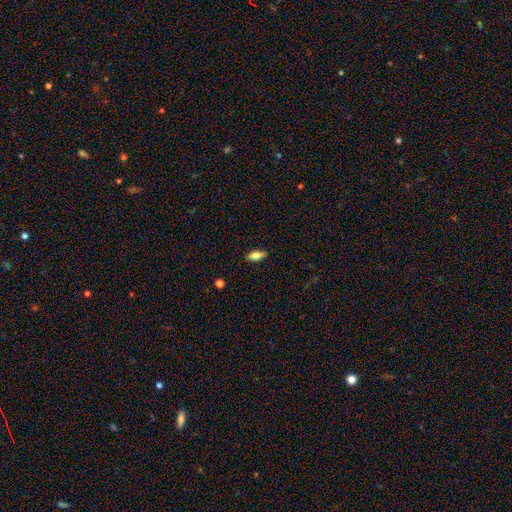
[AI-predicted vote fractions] The model was most divided on "smooth or featured": smooth: 69%, featured or disk: 23%, star or artifact: 8%. More confident: merging — none (88%); how rounded — in between (78%).